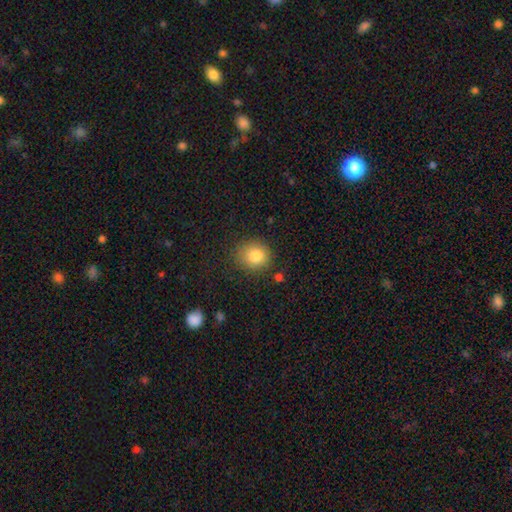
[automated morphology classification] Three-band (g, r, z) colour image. It shows a smooth galaxy with no disk features (82%) that is round (84%). Merging: none (82%).